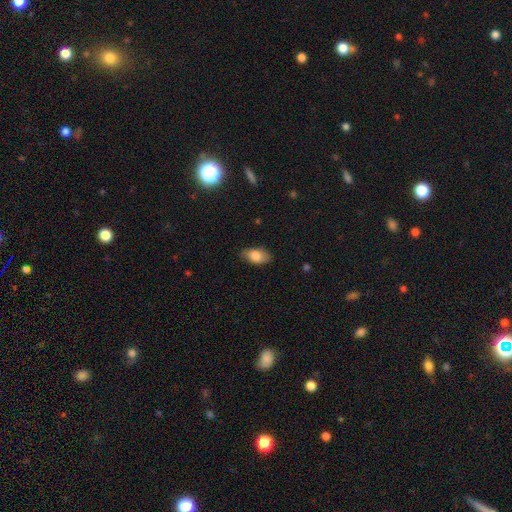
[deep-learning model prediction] A smooth galaxy with no disk features (81%) that is in between round and cigar-shaped (92%).

Vote fractions:
- Smooth or featured? smooth: 81% / featured or disk: 12% / star or artifact: 7%
- How rounded? in between: 92% / round: 5% / cigar-shaped: 3%
- Merging? none: 83% / minor disturbance: 13% / major disturbance: 3% / merger: 1%